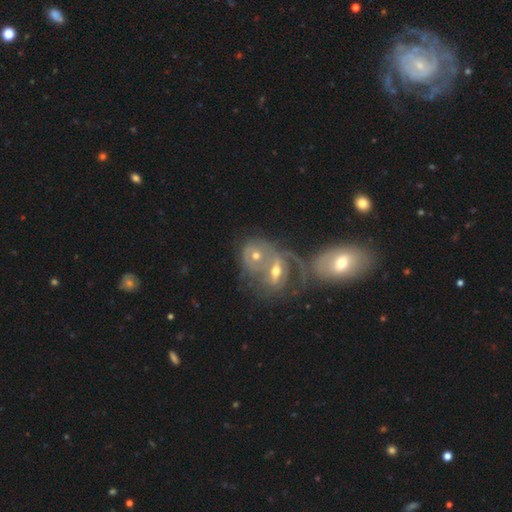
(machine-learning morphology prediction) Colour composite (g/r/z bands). It shows a featured or disk galaxy (65%) with no bar (55%), spiral arms (63%) and a moderate central bulge (66%). Merging: merger (70%).